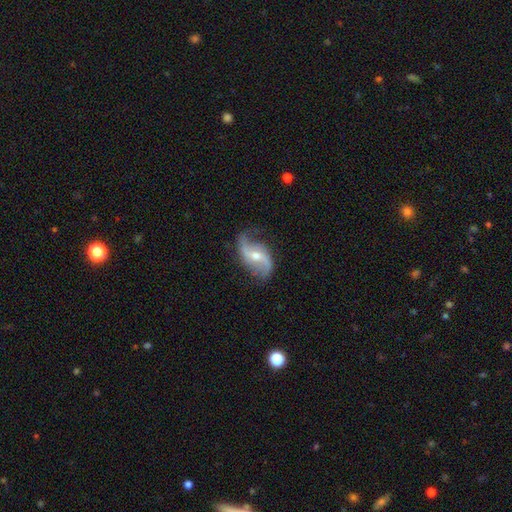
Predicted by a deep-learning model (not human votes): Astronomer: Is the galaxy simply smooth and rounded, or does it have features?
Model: featured or disk — 88%.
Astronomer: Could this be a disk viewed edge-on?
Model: no — 97%.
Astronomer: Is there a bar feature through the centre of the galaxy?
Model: weak — 47% (runner-up: no, 30%).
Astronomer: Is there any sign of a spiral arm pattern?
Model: yes — 96%.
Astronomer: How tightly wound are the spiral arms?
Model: loose — 77%.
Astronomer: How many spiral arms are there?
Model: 2 — 93%.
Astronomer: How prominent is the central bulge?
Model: moderate — 62%.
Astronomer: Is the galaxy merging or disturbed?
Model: none — 75%.